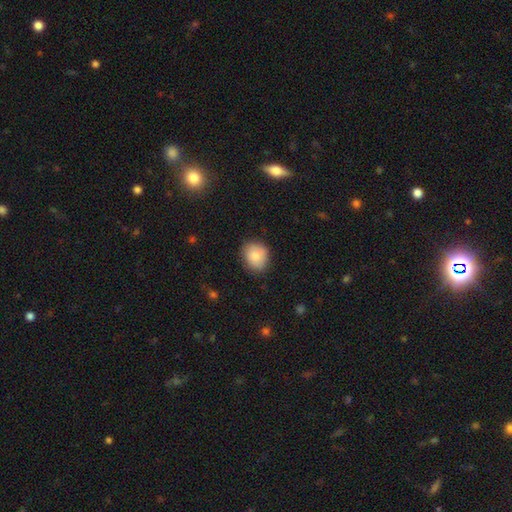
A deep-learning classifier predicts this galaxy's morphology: smooth-or-featured: smooth: 82% | featured or disk: 10% | star or artifact: 8%
  how-rounded: round: 65% | in between: 34% | cigar-shaped: 1%
  merging: none: 82% | minor disturbance: 14% | major disturbance: 3% | merger: 1%